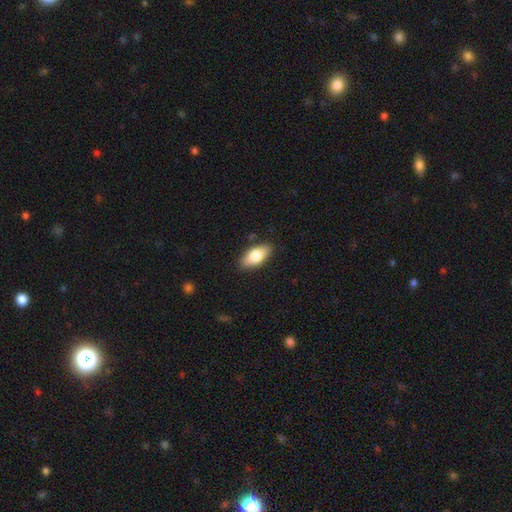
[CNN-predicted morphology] smooth 78%, featured or disk 16%, star or artifact 6%. Down the decision tree: how rounded — in between (89%); merging — none (87%).